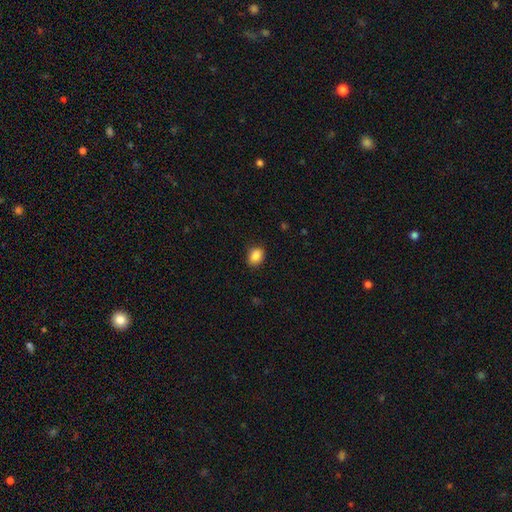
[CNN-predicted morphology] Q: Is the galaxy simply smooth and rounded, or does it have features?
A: smooth — 88%.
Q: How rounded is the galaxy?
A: in between — 68%.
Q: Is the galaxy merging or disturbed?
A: none — 83%.